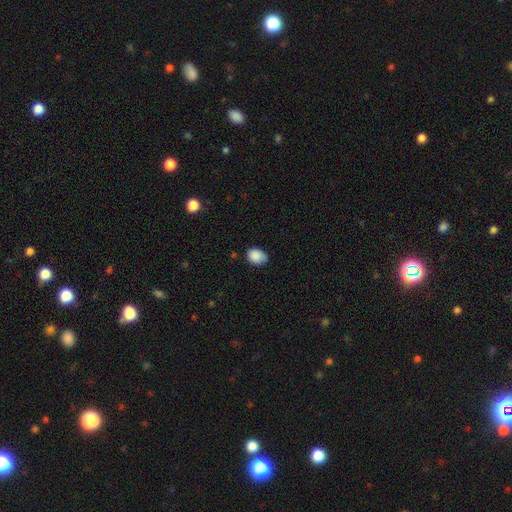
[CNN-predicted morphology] Smooth or featured? smooth (88%)
How rounded? in between (71%)
Merging? none (63%)